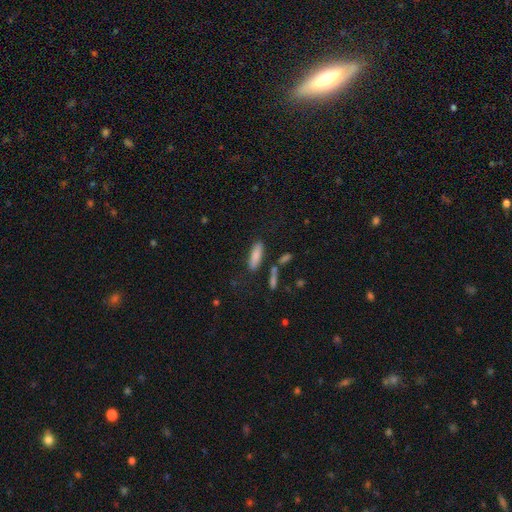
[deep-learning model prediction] A smooth galaxy with no disk features (82%) that is in between round and cigar-shaped (54%). Merging: none (77%).